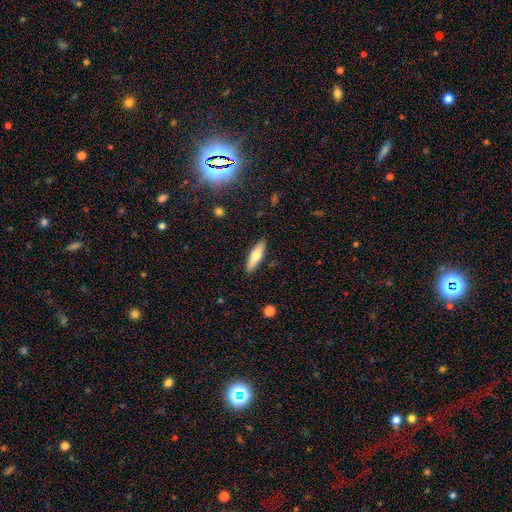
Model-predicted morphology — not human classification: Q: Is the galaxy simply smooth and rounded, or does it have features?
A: smooth — 58%.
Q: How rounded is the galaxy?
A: cigar-shaped — 63%.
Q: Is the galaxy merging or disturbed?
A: none — 89%.